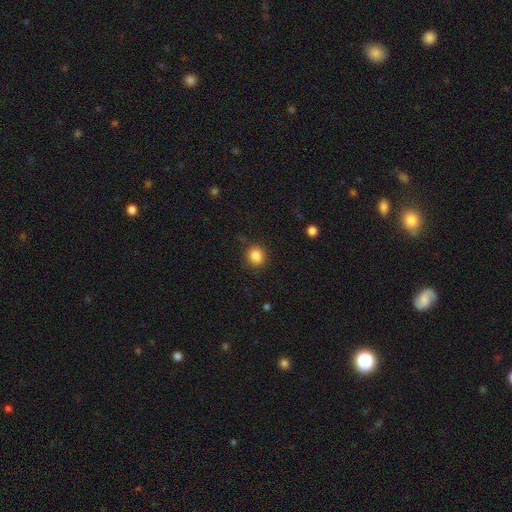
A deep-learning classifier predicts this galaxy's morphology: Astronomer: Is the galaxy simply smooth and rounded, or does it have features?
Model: smooth — 85%.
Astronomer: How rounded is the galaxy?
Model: round — 71%.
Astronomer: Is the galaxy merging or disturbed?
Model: none — 81%.